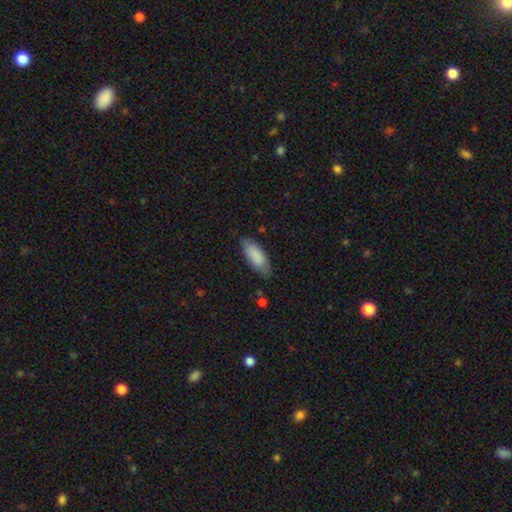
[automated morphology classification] This is clearly a smooth galaxy (86%). How rounded: likely in between (78%). Merging: likely none (75%).